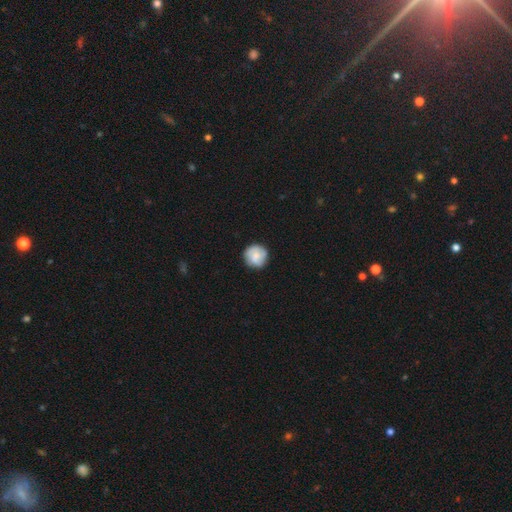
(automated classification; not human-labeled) smooth 59%, featured or disk 34%, star or artifact 7%. Down the decision tree: how rounded — round (93%); merging — none (82%).